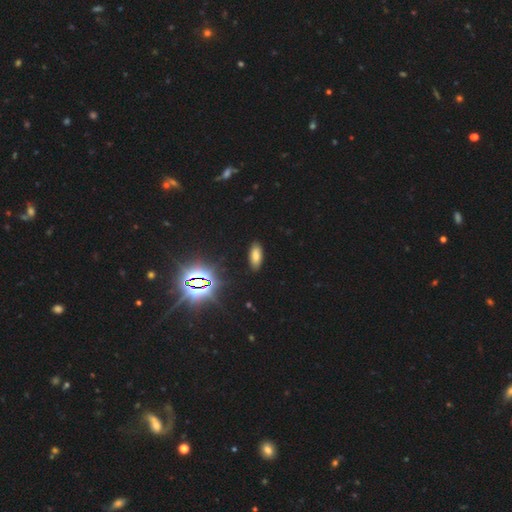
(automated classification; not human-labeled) Morphology: type=smooth (68%); roundness=in between (86%); merging=none (88%).